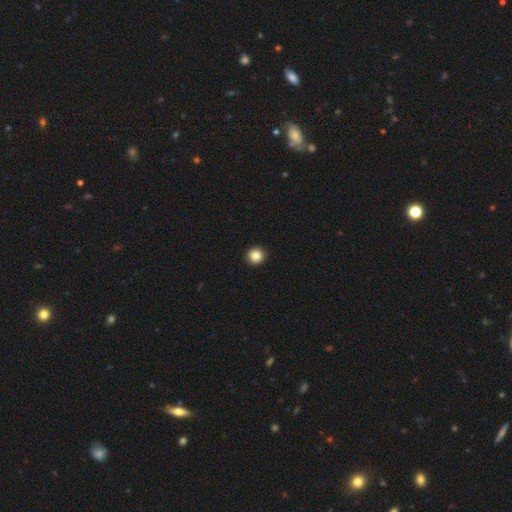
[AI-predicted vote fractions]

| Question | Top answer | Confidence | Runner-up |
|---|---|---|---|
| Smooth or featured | smooth | 86% | star or artifact (10%) |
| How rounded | round | 94% | in between (5%) |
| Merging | none | 94% | minor disturbance (4%) |